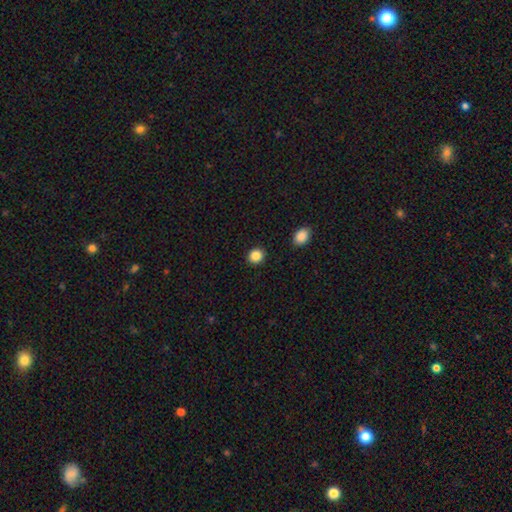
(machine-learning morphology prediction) This appears to be a smooth galaxy with no disk features (87%) that is round (85%). Merging: none (91%).